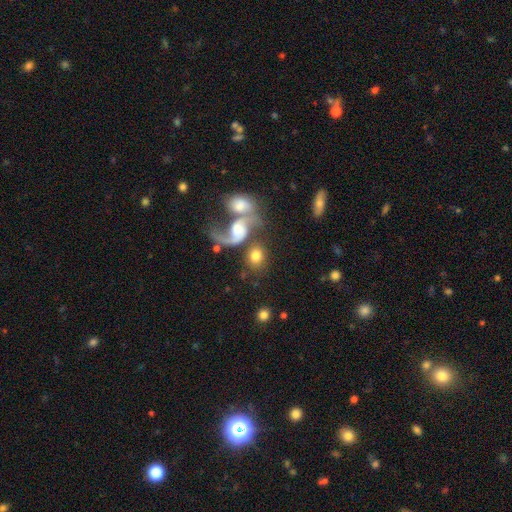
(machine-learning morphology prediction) Smooth or featured? smooth (60%)
How rounded? round (59%)
Merging? none (39%, tied with merger)